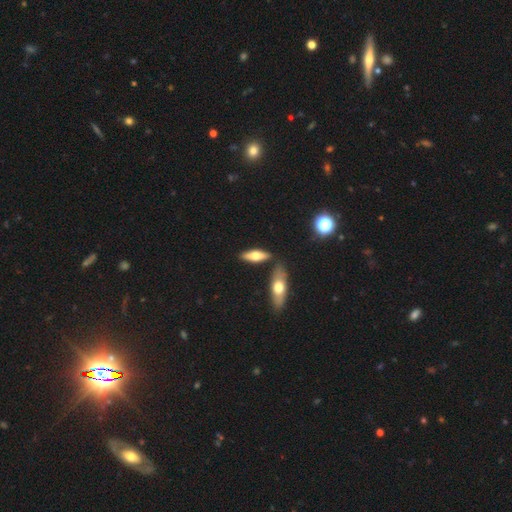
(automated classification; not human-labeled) This appears to be a smooth galaxy with no disk features (53%) that is in between round and cigar-shaped (51%). Merging: none (78%).